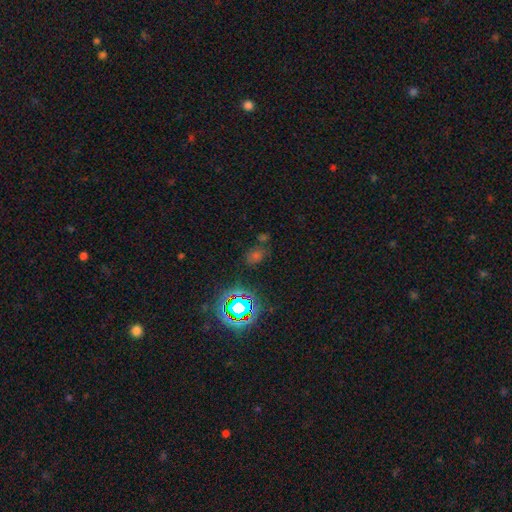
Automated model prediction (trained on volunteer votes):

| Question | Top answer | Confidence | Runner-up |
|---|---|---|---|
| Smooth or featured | star or artifact | 57% | smooth (33%) |